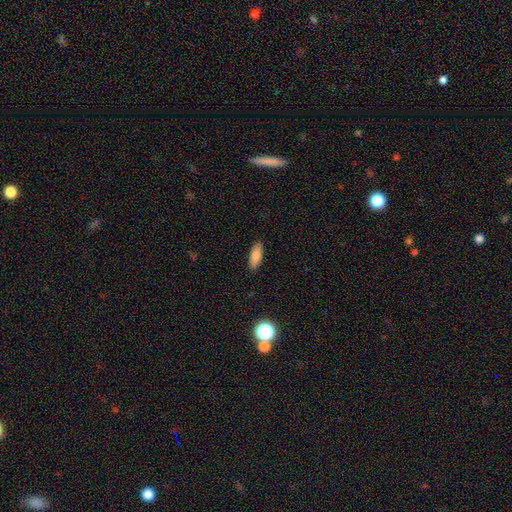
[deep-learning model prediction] Morphology: type=smooth (84%); roundness=in between (72%); merging=none (88%).